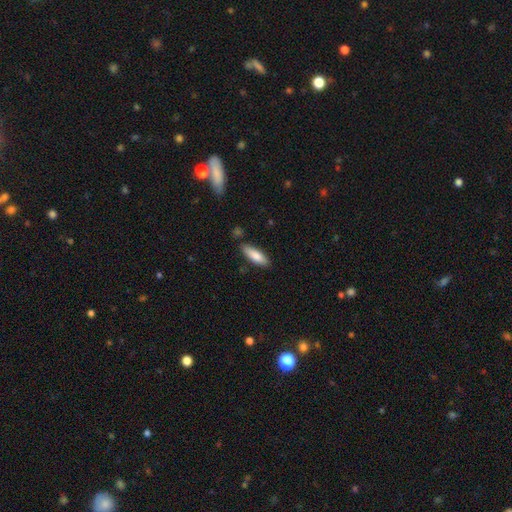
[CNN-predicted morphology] Smooth or featured: smooth — 81% (featured or disk — 13%)
How rounded: in between — 52% (cigar-shaped — 46%)
Merging: none — 82% (minor disturbance — 12%)